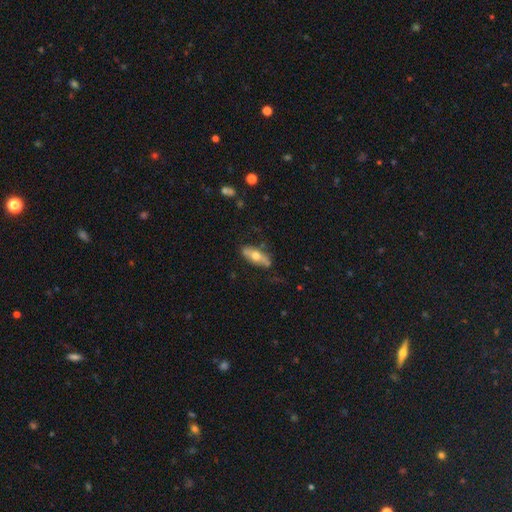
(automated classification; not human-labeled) Morphology: type=smooth (51%); roundness=in between (70%); merging=none (73%).